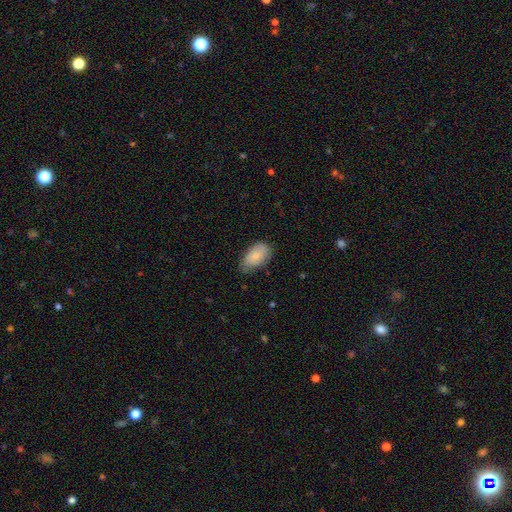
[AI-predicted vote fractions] This is clearly a smooth galaxy (80%). How rounded: clearly in between (93%). Merging: possibly none (58%).